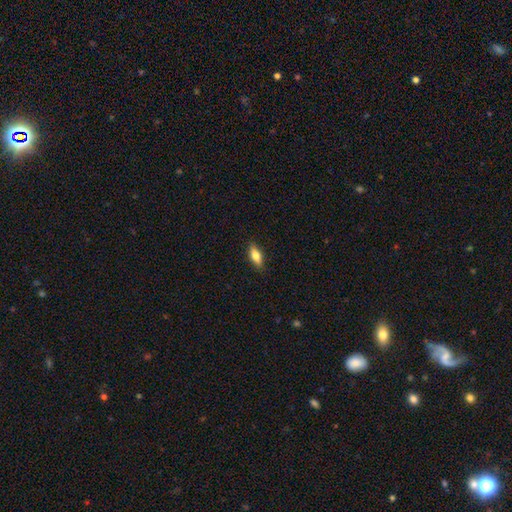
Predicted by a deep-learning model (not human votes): smooth-or-featured: smooth: 73% | featured or disk: 20% | star or artifact: 7%
  how-rounded: in between: 72% | cigar-shaped: 26% | round: 3%
  merging: none: 87% | minor disturbance: 10% | major disturbance: 2% | merger: 1%